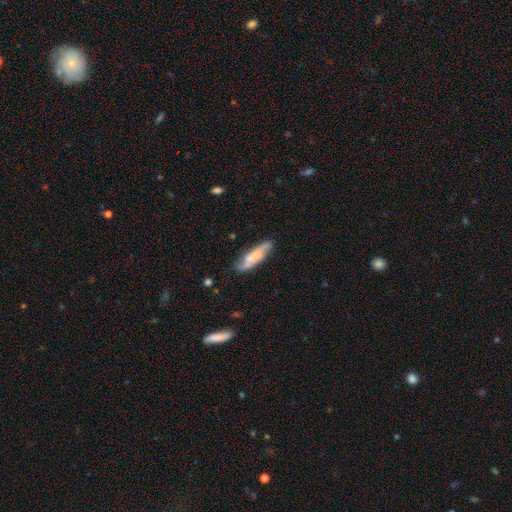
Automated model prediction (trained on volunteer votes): smooth-or-featured: smooth: 52% | featured or disk: 41% | star or artifact: 7%
  how-rounded: cigar-shaped: 62% | in between: 36% | round: 2%
  merging: none: 74% | minor disturbance: 20% | major disturbance: 4% | merger: 2%